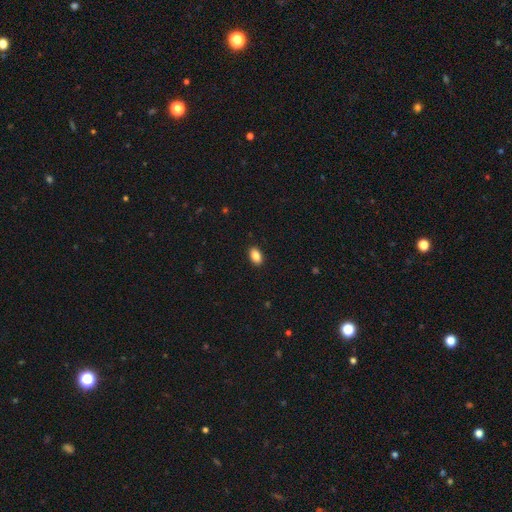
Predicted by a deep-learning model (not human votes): smooth 87%, star or artifact 8%, featured or disk 5%. Down the decision tree: how rounded — in between (91%); merging — none (90%).